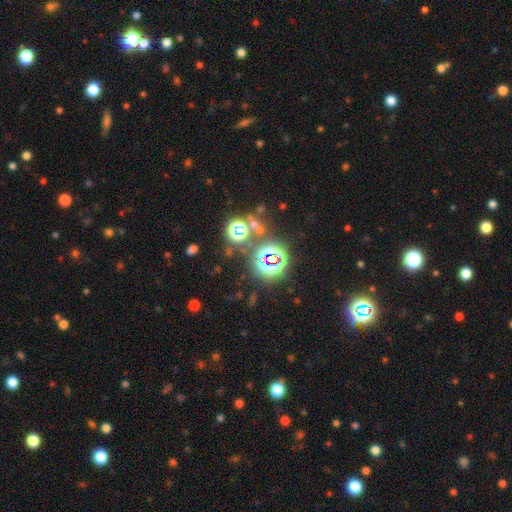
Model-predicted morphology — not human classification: type=star or artifact (74%).